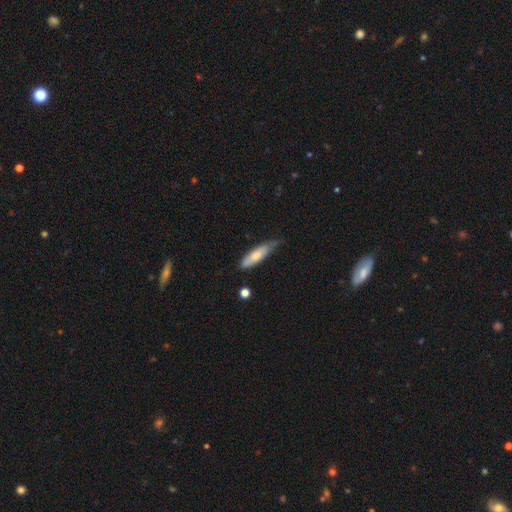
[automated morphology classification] A smooth galaxy with no disk features (69%) that is cigar-shaped (61%).

Vote fractions:
- Smooth or featured? smooth: 69% / featured or disk: 26% / star or artifact: 6%
- How rounded? cigar-shaped: 61% / in between: 38% / round: 2%
- Merging? none: 44% / minor disturbance: 42% / major disturbance: 11% / merger: 3%